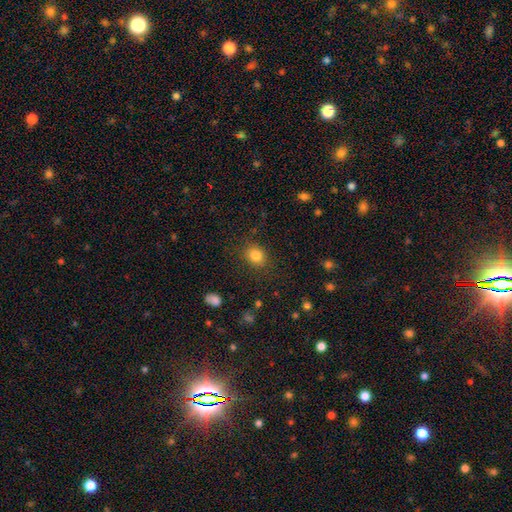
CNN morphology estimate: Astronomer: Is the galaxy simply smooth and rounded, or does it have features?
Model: smooth — 83%.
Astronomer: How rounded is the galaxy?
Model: round — 56% (runner-up: in between, 43%).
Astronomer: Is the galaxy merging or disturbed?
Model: none — 84%.